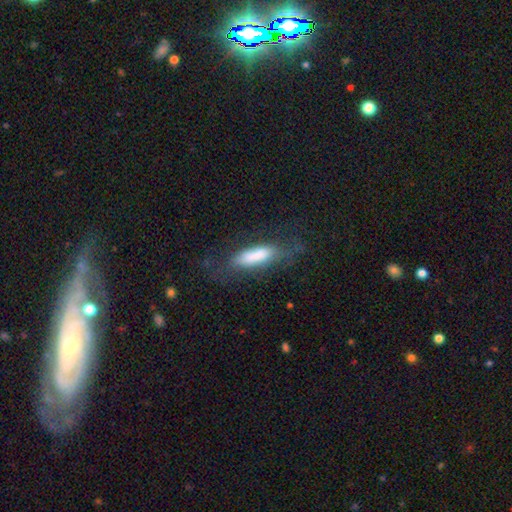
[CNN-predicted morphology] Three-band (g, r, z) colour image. It shows a smooth galaxy with no disk features (74%) that is in between round and cigar-shaped (50%). Merging: none (61%).